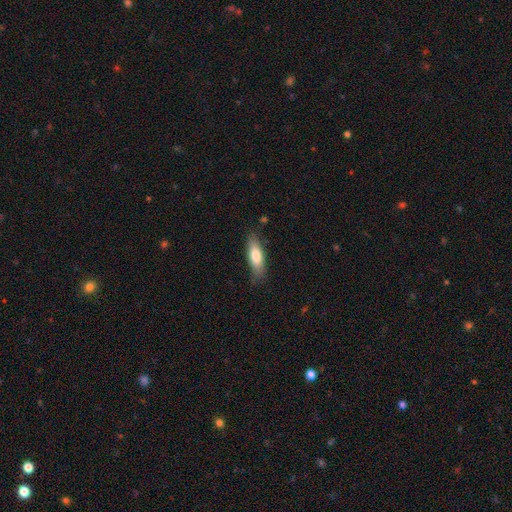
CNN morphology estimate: This is likely a smooth galaxy (75%). How rounded: possibly in between (54%). Merging: likely none (78%).